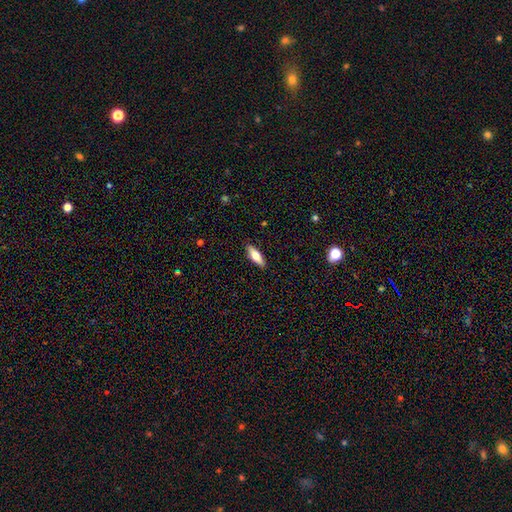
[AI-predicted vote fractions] smooth-or-featured: smooth: 62% | featured or disk: 32% | star or artifact: 6%
  how-rounded: in between: 54% | cigar-shaped: 44% | round: 3%
  merging: none: 90% | minor disturbance: 7% | major disturbance: 2% | merger: 1%